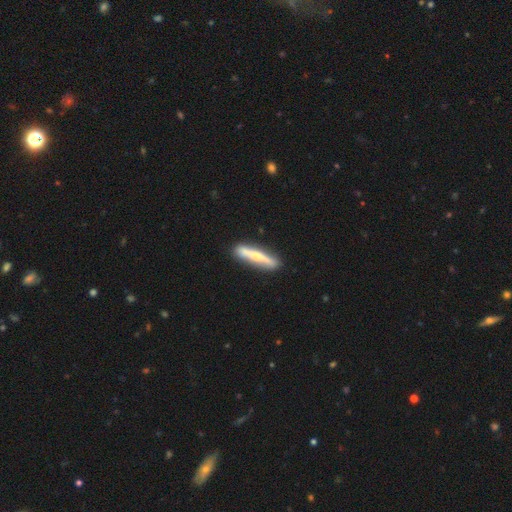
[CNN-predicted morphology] A featured or disk galaxy (56%) viewed edge-on (90%) with a rounded central bulge (79%). Merging: none (87%).